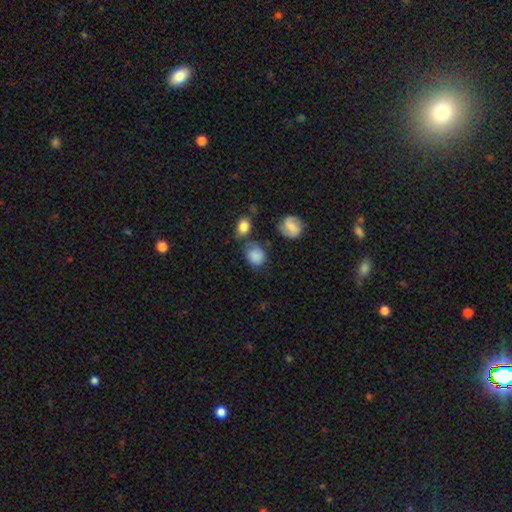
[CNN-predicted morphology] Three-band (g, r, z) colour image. It shows a smooth galaxy with no disk features (83%) that is round (66%). Merging: none (61%).